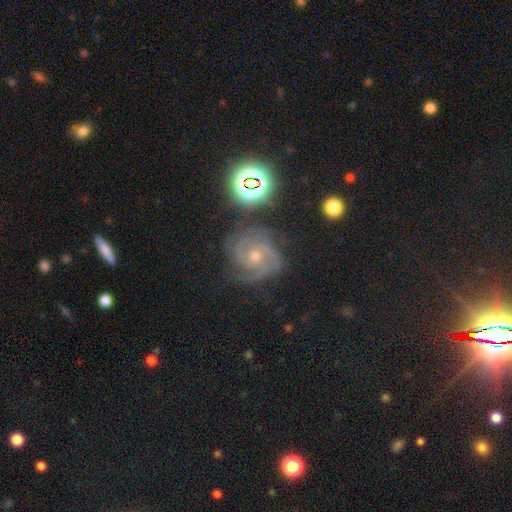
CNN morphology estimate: smooth-or-featured: featured or disk: 87% | star or artifact: 8% | smooth: 5%
  disk-edge-on: no: 98% | yes: 2%
    bar: no: 68% | weak: 26% | strong: 6%
    has-spiral-arms: yes: 98% | no: 2%
      spiral-winding: tight: 60% | medium: 36% | loose: 5%
      spiral-arm-count: 3: 49% | 2: 27% | can't tell: 9% | 4: 7% | 1: 4% | more than 4: 4%
    bulge-size: moderate: 60% | small: 35% | large: 2% | none: 2% | dominant: 1%
  merging: none: 70% | minor disturbance: 19% | major disturbance: 8% | merger: 3%